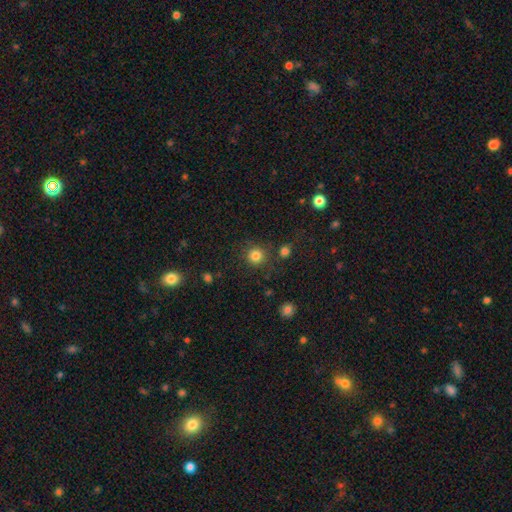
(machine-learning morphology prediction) This is clearly a smooth galaxy (82%). How rounded: clearly round (93%). Merging: clearly none (83%).